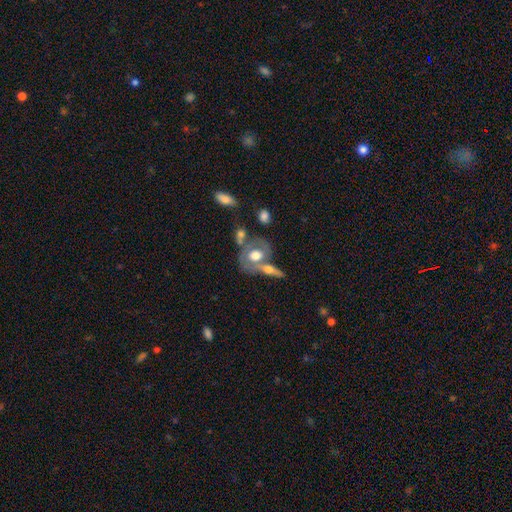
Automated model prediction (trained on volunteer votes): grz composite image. It shows a featured or disk galaxy (53%). Merging: none (39%).